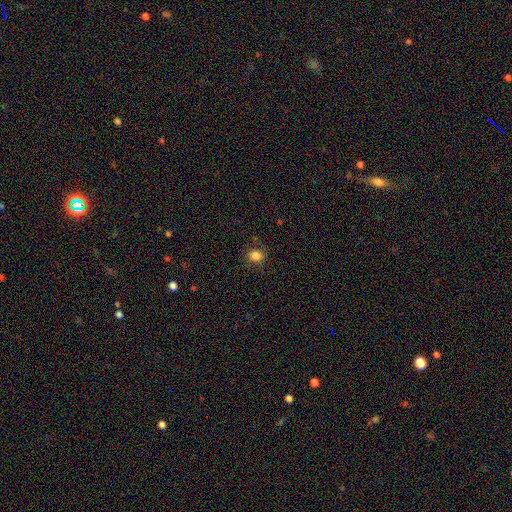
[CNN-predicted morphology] Smooth or featured? Predicted: smooth (p=0.83). How rounded? Predicted: round (p=0.77). Merging? Predicted: none (p=0.84).